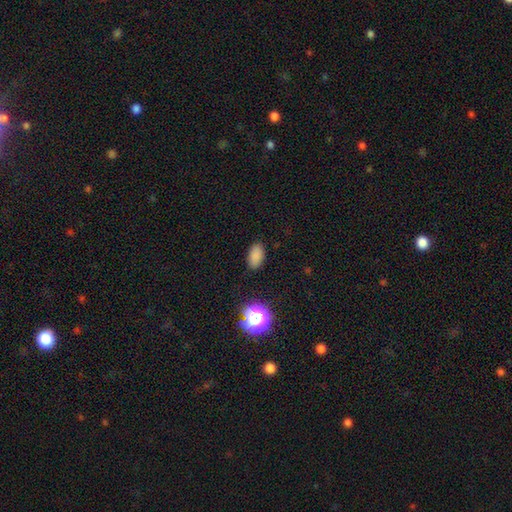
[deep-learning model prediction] Smooth or featured? smooth (83%)
How rounded? in between (90%)
Merging? none (85%)